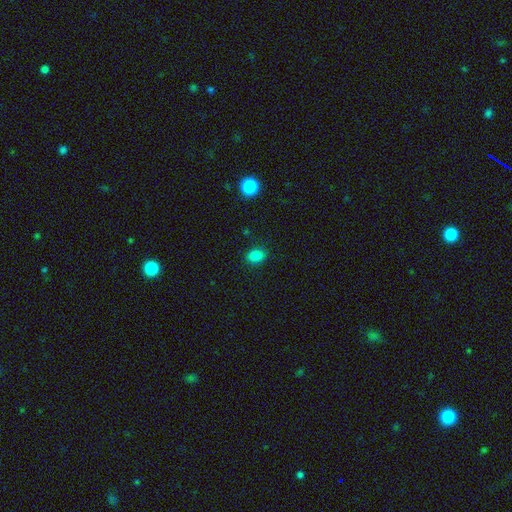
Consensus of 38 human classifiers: smooth-or-featured: smooth: 87% | star or artifact: 8% | featured or disk: 5%
  how-rounded: in between: 73% | round: 24% | cigar-shaped: 3%
  merging: none: 86% | minor disturbance: 11% | major disturbance: 3% | merger: 0%